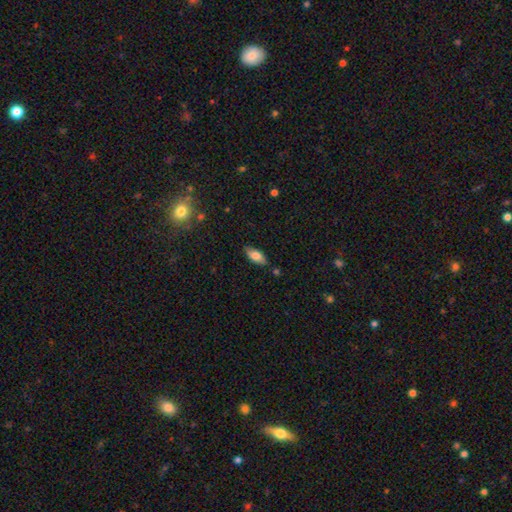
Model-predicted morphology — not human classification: This is likely a smooth galaxy (77%). How rounded: clearly in between (84%). Merging: clearly none (81%).